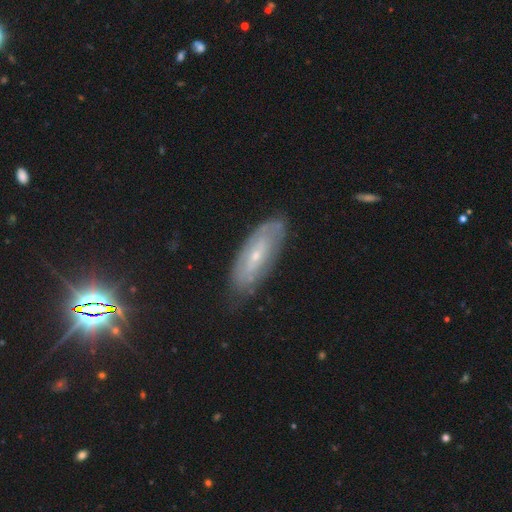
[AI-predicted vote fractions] Smooth or featured?
  - featured or disk: 66% *
  - smooth: 25%
  - star or artifact: 9%
Edge-on disk?
  - no: 83% *
  - yes: 17%
Bar?
  - no: 51% *
  - weak: 37%
  - strong: 12%
Spiral arms?
  - yes: 72% *
  - no: 28%
Bulge size?
  - small: 74% *
  - moderate: 22%
  - none: 2%
  - large: 1%
  - dominant: 1%
Merging?
  - none: 76% *
  - minor disturbance: 18%
  - major disturbance: 4%
  - merger: 2%